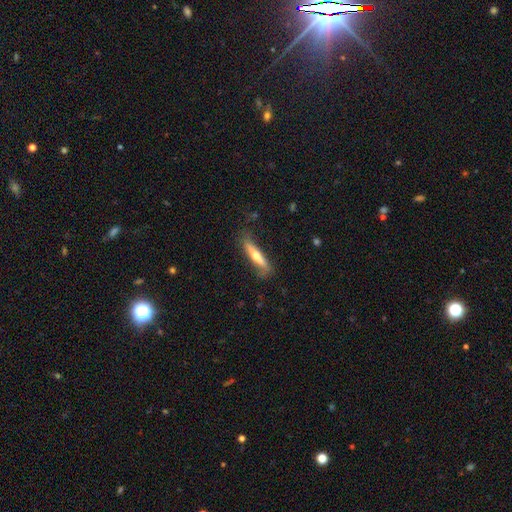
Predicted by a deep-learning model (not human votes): A smooth galaxy with no disk features (49%).

Vote fractions:
- Smooth or featured? smooth: 49% / featured or disk: 46% / star or artifact: 6%
- Merging? none: 78% / minor disturbance: 17% / major disturbance: 4% / merger: 2%